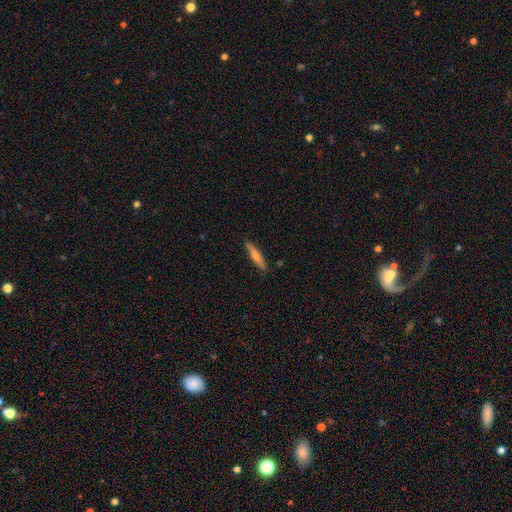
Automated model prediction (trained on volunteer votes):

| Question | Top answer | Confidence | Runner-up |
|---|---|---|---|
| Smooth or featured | smooth | 51% | featured or disk (43%) |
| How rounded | cigar-shaped | 90% | in between (9%) |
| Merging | none | 88% | minor disturbance (9%) |